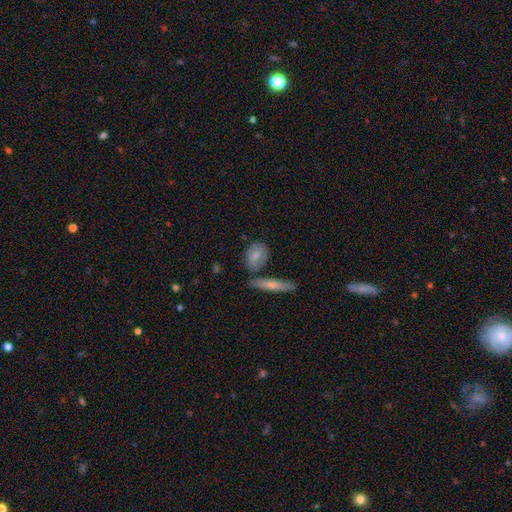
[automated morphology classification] A smooth galaxy with no disk features (73%) that is in between round and cigar-shaped (65%). Merging: none (69%).